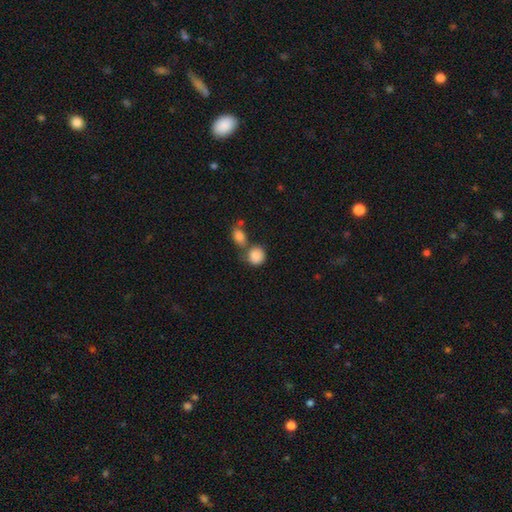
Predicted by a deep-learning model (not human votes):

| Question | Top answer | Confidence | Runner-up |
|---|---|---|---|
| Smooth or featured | smooth | 86% | star or artifact (8%) |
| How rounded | round | 80% | in between (19%) |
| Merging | none | 45% | merger (39%) |